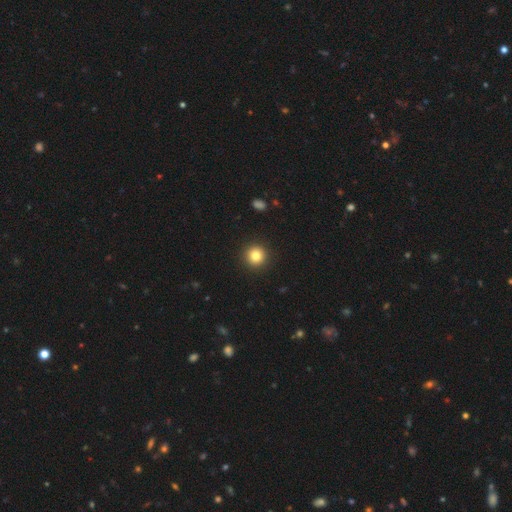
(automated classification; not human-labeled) smooth 82%, star or artifact 11%, featured or disk 7%. Down the decision tree: how rounded — round (95%); merging — none (93%).